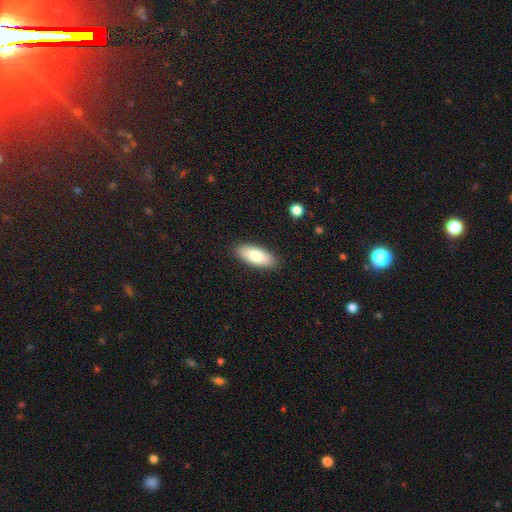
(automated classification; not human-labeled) This appears to be a smooth galaxy with no disk features (79%) that is in between round and cigar-shaped (84%). Merging: none (89%).